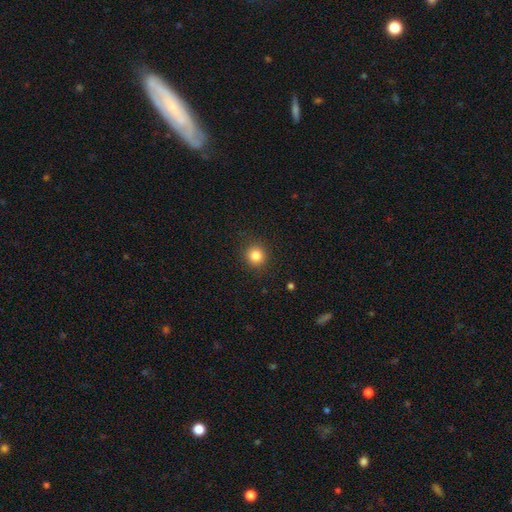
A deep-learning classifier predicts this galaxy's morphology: smooth 84%, star or artifact 12%, featured or disk 5%. Down the decision tree: how rounded — round (92%); merging — none (90%).